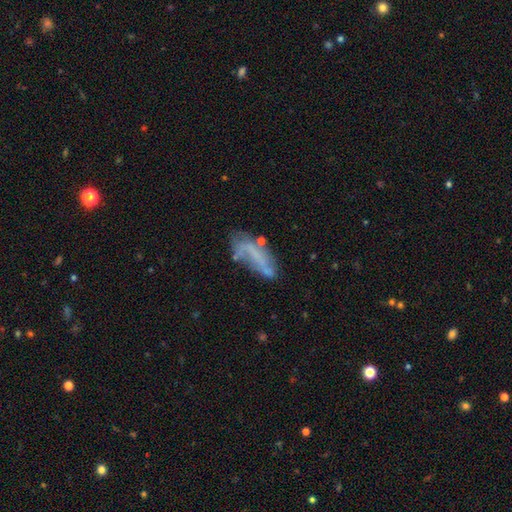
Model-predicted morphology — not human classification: Smooth or featured?
  - featured or disk: 50% *
  - smooth: 38%
  - star or artifact: 12%
Merging?
  - none: 36% *
  - major disturbance: 27%
  - minor disturbance: 26%
  - merger: 10%